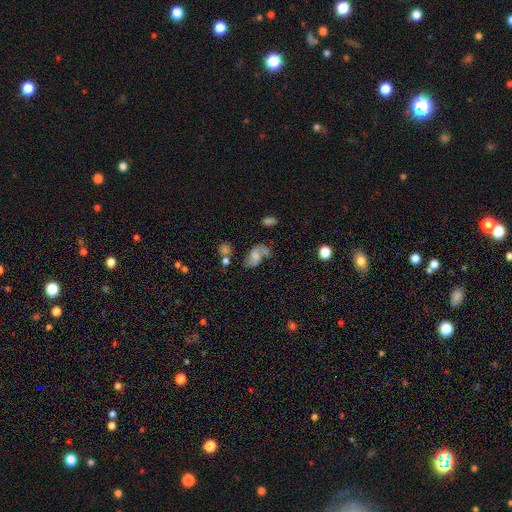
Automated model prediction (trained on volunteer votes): A featured or disk galaxy (54%) with no bar (51%), spiral arms (84%) and no central bulge (33%). Merging: none (42%).